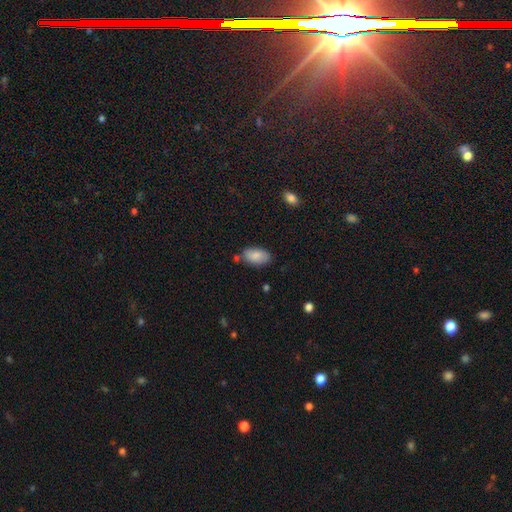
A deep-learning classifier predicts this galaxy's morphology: smooth_or_featured: smooth (p=0.85) [alt: featured or disk p=0.08]
how_rounded: in between (p=0.94) [alt: round p=0.03]
merging: none (p=0.73) [alt: minor disturbance p=0.17]